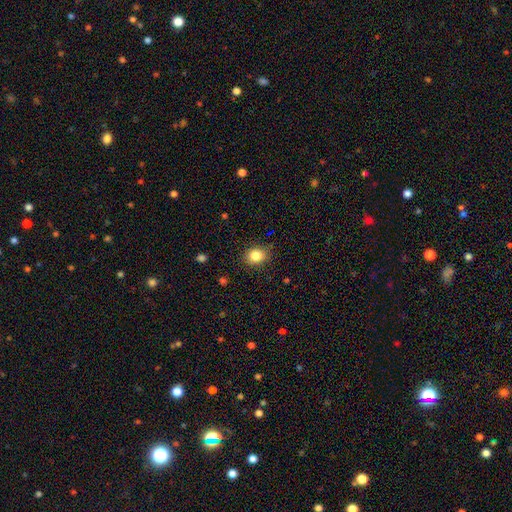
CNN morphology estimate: Overall: smooth (84%). How rounded: round (59%; in between 40%). Merging: none (86%).